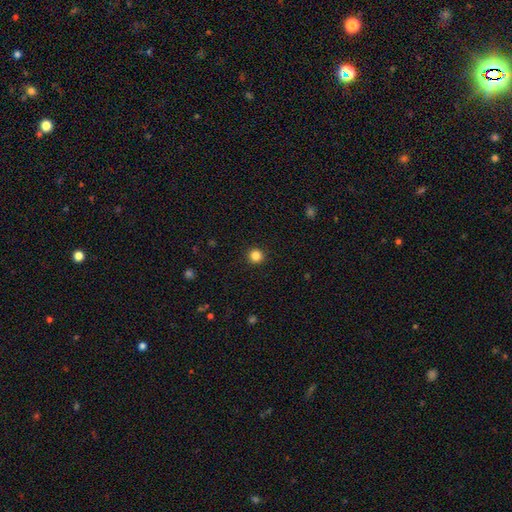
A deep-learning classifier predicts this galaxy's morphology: Smooth or featured? smooth (85%)
How rounded? round (95%)
Merging? none (93%)